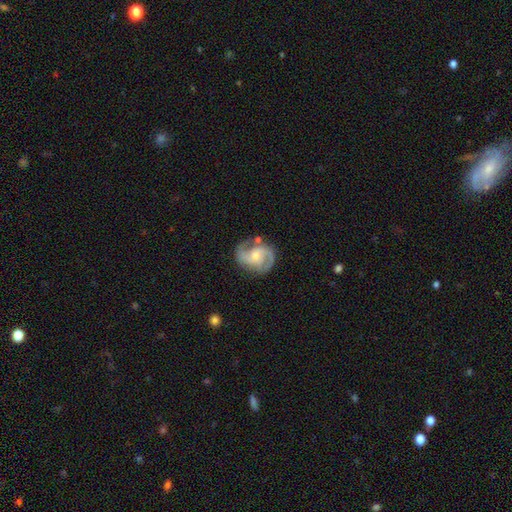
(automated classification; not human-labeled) featured or disk 87%, smooth 8%, star or artifact 5%. Down the decision tree: edge-on disk — no (98%); bar — no (56%); spiral arms — yes (97%); spiral arm count — 2 (87%); spiral winding — medium (56%); bulge size — small (48%); merging — none (71%).